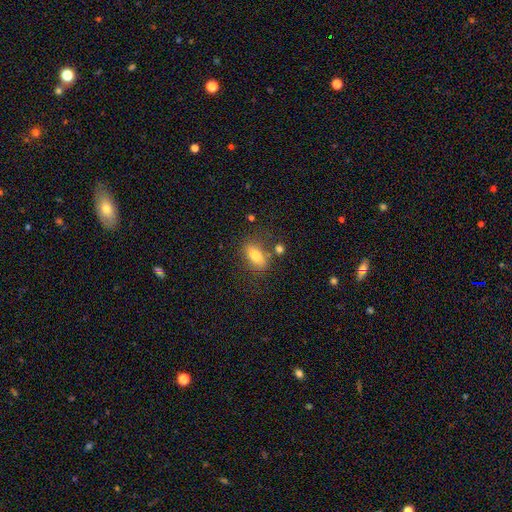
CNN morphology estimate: A smooth galaxy with no disk features (78%) that is in between round and cigar-shaped (86%).

Vote fractions:
- Smooth or featured? smooth: 78% / featured or disk: 13% / star or artifact: 9%
- How rounded? in between: 86% / round: 7% / cigar-shaped: 7%
- Merging? none: 71% / minor disturbance: 15% / merger: 9% / major disturbance: 5%